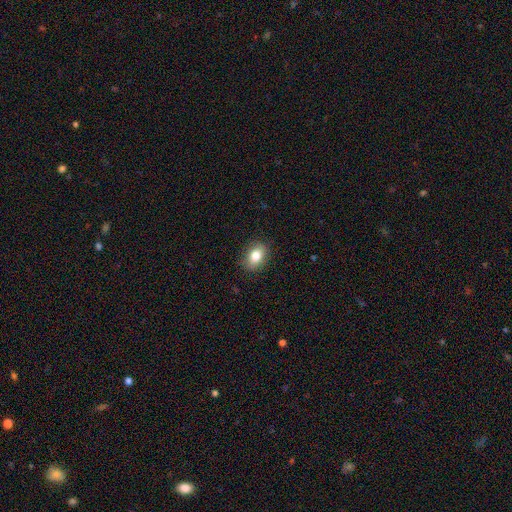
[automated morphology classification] smooth-or-featured: smooth: 81% | featured or disk: 10% | star or artifact: 9%
  how-rounded: in between: 71% | round: 28% | cigar-shaped: 1%
  merging: none: 86% | minor disturbance: 10% | major disturbance: 2% | merger: 1%